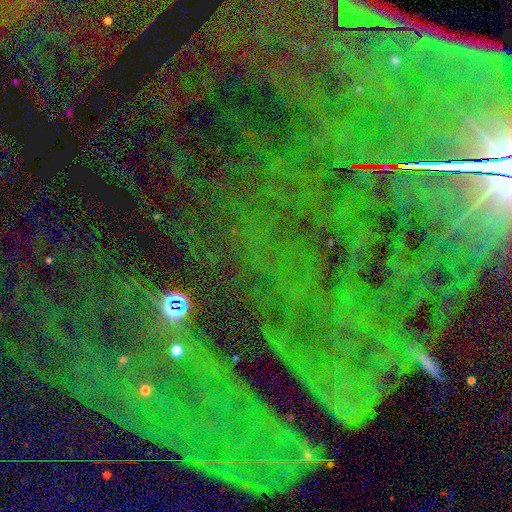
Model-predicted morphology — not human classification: A star or artifact, not a galaxy (84%).